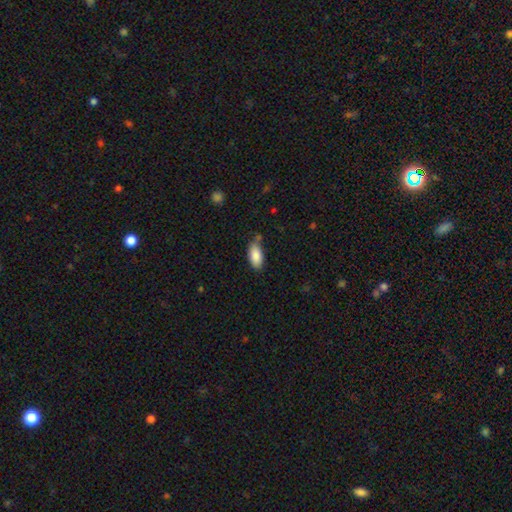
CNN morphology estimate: Smooth or featured? smooth (86%)
How rounded? in between (91%)
Merging? none (64%)